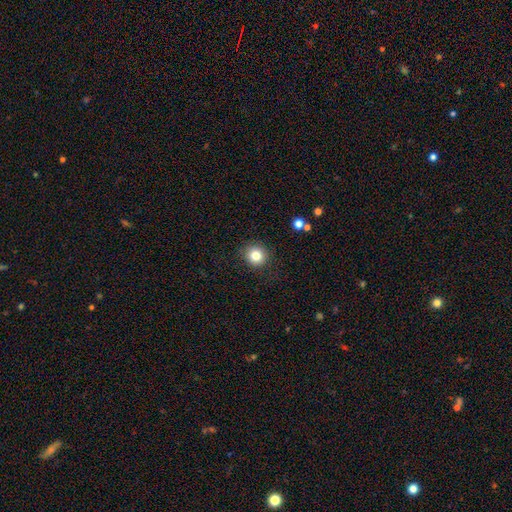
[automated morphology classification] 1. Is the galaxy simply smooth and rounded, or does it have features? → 82% smooth, 11% star or artifact, 7% featured or disk.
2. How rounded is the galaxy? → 92% round, 7% in between, 1% cigar-shaped.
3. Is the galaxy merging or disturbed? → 90% none, 7% minor disturbance, 2% major disturbance, 1% merger.